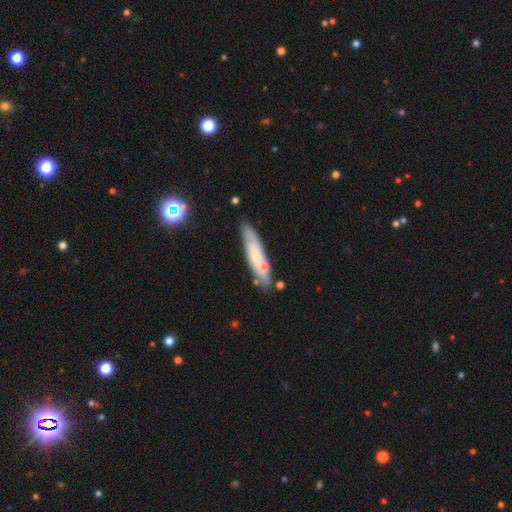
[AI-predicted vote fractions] Smooth or featured? smooth (51%)
How rounded? cigar-shaped (80%)
Merging? none (75%)